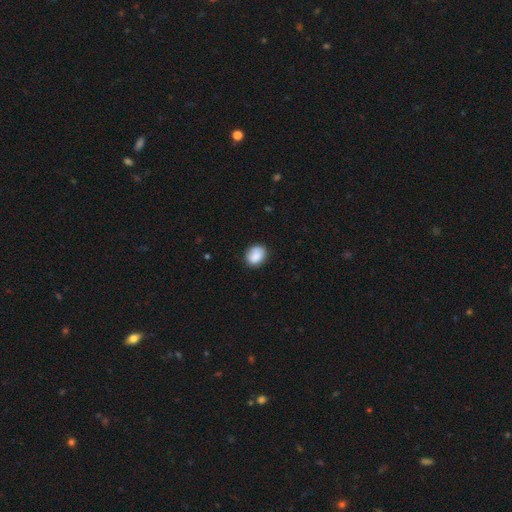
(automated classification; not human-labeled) Overall: smooth (86%). How rounded: round (52%; in between 47%). Merging: none (80%).